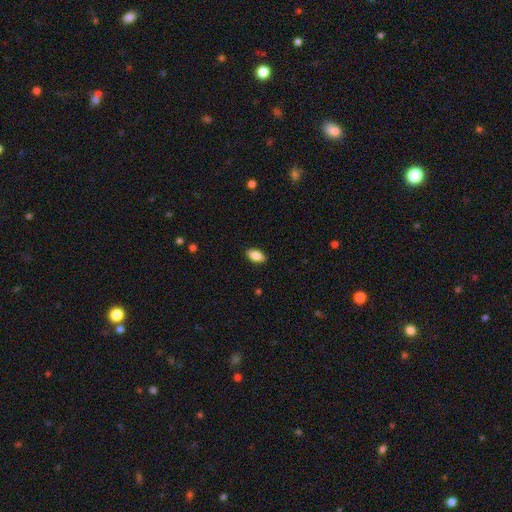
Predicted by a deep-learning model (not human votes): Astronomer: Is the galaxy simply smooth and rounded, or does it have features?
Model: smooth — 84%.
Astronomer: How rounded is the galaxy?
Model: in between — 91%.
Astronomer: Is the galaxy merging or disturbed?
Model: none — 89%.